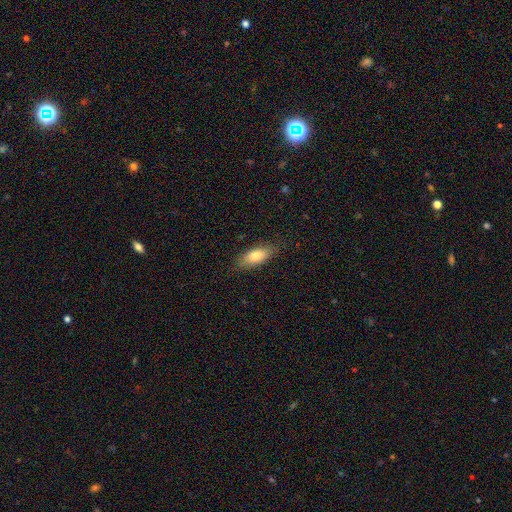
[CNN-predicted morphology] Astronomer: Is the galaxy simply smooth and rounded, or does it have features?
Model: smooth — 79%.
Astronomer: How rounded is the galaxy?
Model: in between — 79%.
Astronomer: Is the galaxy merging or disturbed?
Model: none — 84%.